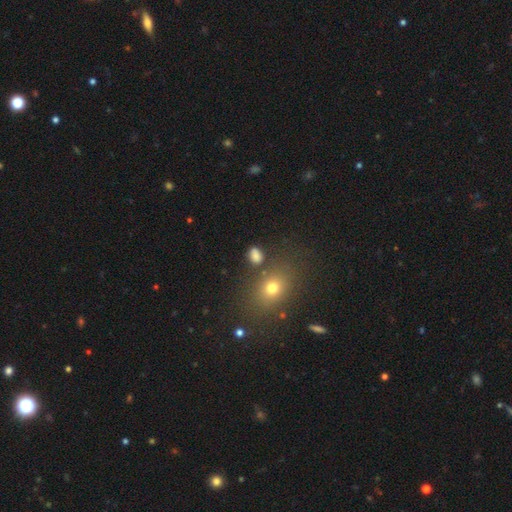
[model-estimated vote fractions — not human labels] Q: Smooth or featured?
A: smooth (77%); runner-up: star or artifact (16%)
Q: How rounded?
A: in between (69%); runner-up: round (29%)
Q: Merging?
A: none (72%); runner-up: minor disturbance (14%)